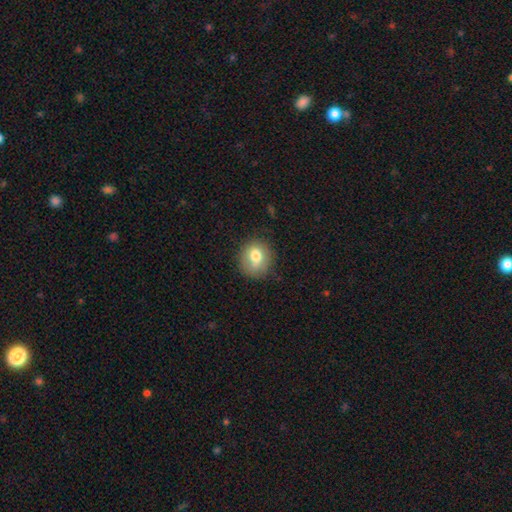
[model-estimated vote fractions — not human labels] Smooth or featured?
  - smooth: 76% *
  - featured or disk: 15%
  - star or artifact: 9%
How rounded?
  - round: 76% *
  - in between: 23%
  - cigar-shaped: 1%
Merging?
  - none: 69% *
  - minor disturbance: 21%
  - major disturbance: 7%
  - merger: 4%